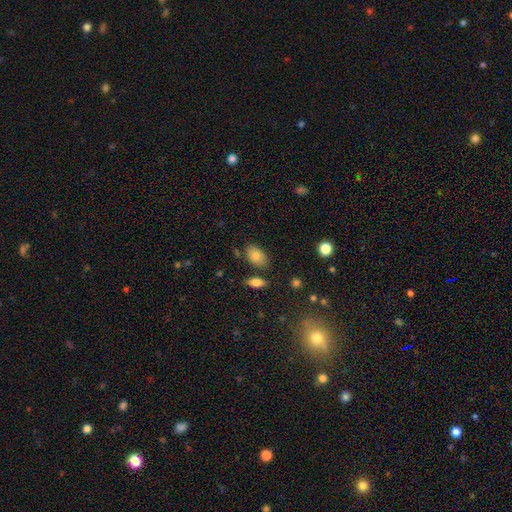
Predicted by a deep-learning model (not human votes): Overall: smooth (81%). How rounded: in between (90%). Merging: none (76%).